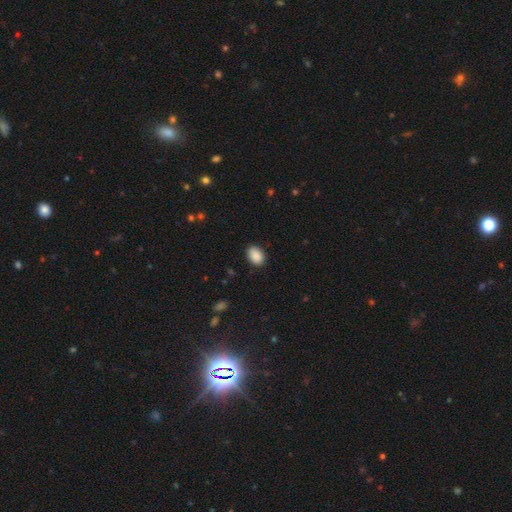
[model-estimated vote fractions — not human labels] Smooth or featured? Predicted: smooth (p=0.90). How rounded? Predicted: in between (p=0.81). Merging? Predicted: none (p=0.88).